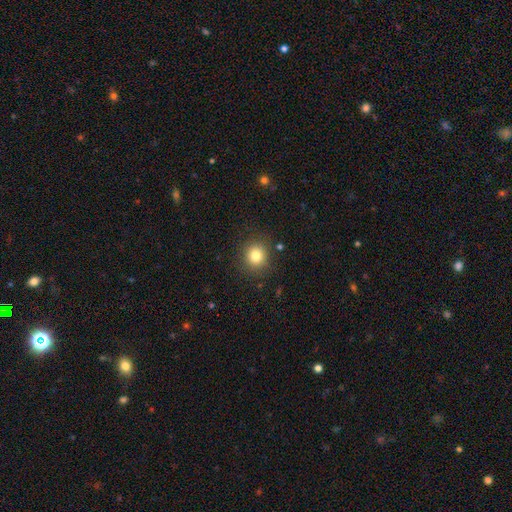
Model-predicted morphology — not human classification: This is clearly a smooth galaxy (81%). How rounded: clearly round (88%). Merging: clearly none (87%).